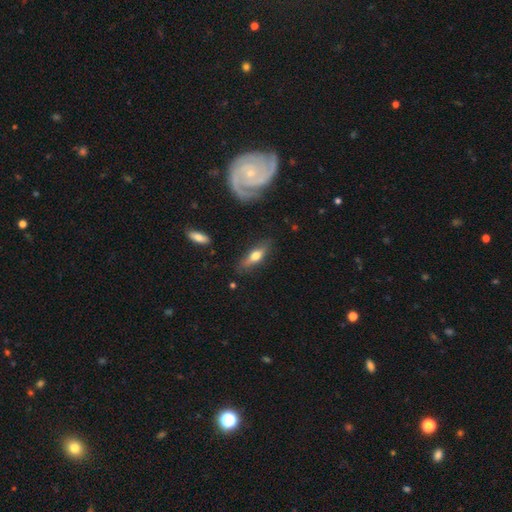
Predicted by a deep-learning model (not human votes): Smooth or featured? smooth (51%)
How rounded? cigar-shaped (53%)
Merging? none (78%)